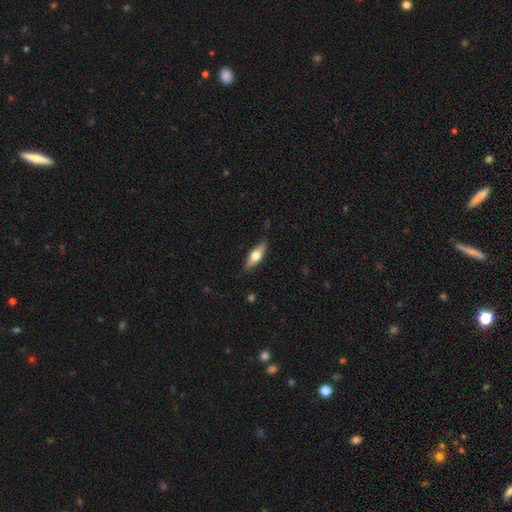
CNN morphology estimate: smooth-or-featured: smooth: 55% | featured or disk: 40% | star or artifact: 6%
  how-rounded: in between: 54% | cigar-shaped: 43% | round: 3%
  merging: none: 87% | minor disturbance: 10% | major disturbance: 2% | merger: 1%